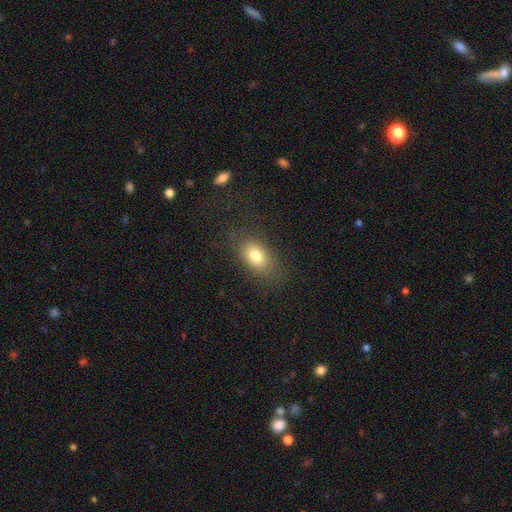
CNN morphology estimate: Smooth or featured: smooth — 78% (featured or disk — 12%)
How rounded: in between — 84% (round — 13%)
Merging: none — 81% (minor disturbance — 13%)